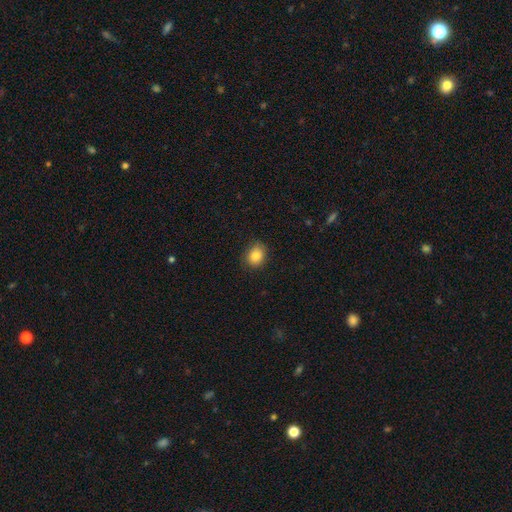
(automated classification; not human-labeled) Smooth or featured? smooth (84%)
How rounded? round (53%)
Merging? none (85%)